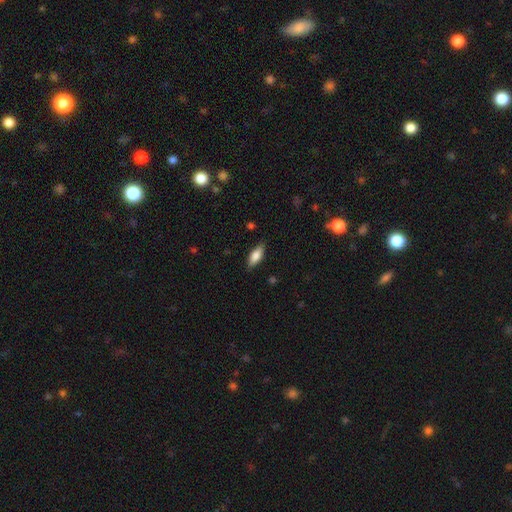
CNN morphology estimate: Smooth or featured? Predicted: smooth (p=0.78). How rounded? Predicted: in between (p=0.75). Merging? Predicted: none (p=0.84).